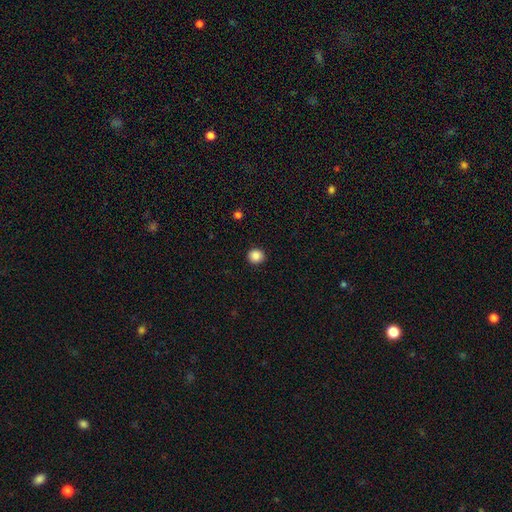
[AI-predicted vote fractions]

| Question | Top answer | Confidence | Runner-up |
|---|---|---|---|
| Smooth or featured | smooth | 87% | star or artifact (10%) |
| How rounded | round | 90% | in between (9%) |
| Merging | none | 92% | minor disturbance (5%) |